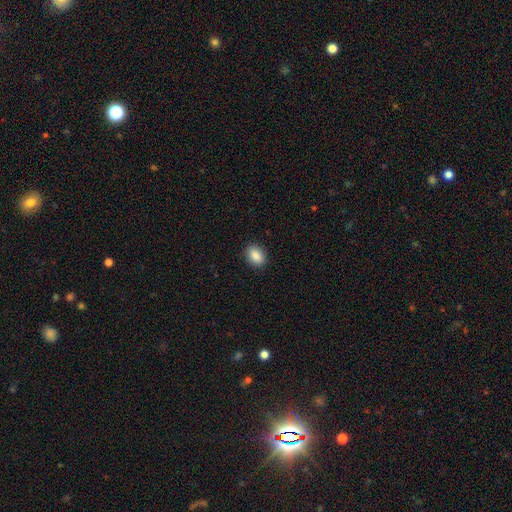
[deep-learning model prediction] This is clearly a smooth galaxy (88%). How rounded: likely in between (74%). Merging: clearly none (89%).